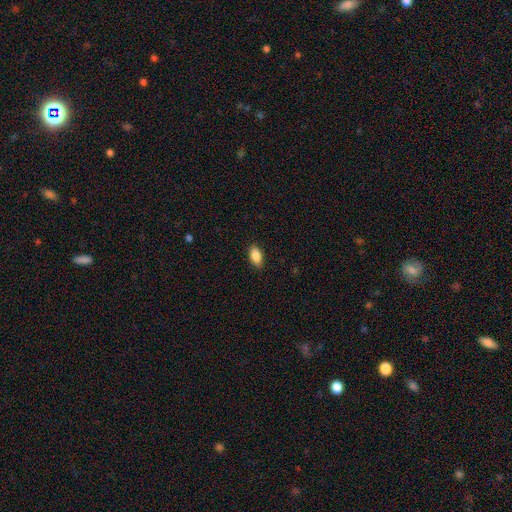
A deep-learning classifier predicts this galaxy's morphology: This is clearly a smooth galaxy (88%). How rounded: clearly in between (91%). Merging: clearly none (88%).